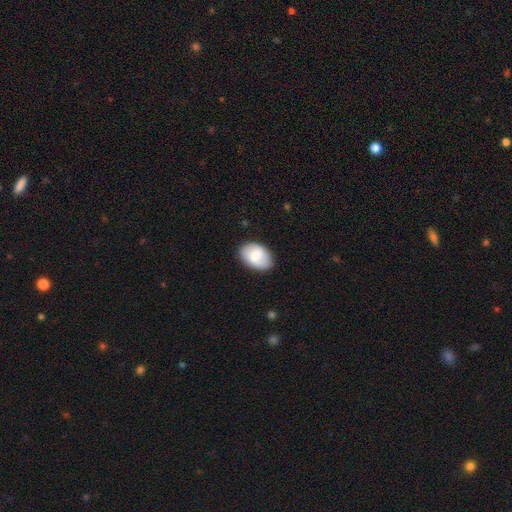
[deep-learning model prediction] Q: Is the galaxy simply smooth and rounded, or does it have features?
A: smooth — 72%.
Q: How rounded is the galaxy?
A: in between — 87%.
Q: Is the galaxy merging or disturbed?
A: none — 81%.